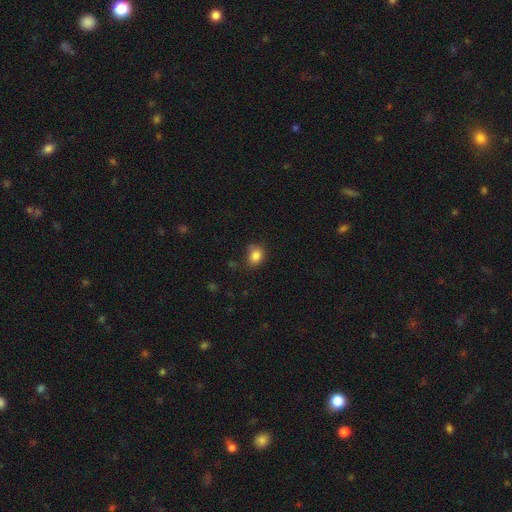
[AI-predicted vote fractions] Smooth or featured?
  - smooth: 84% *
  - star or artifact: 10%
  - featured or disk: 5%
How rounded?
  - round: 55% *
  - in between: 44%
  - cigar-shaped: 1%
Merging?
  - none: 72% *
  - minor disturbance: 21%
  - major disturbance: 5%
  - merger: 2%